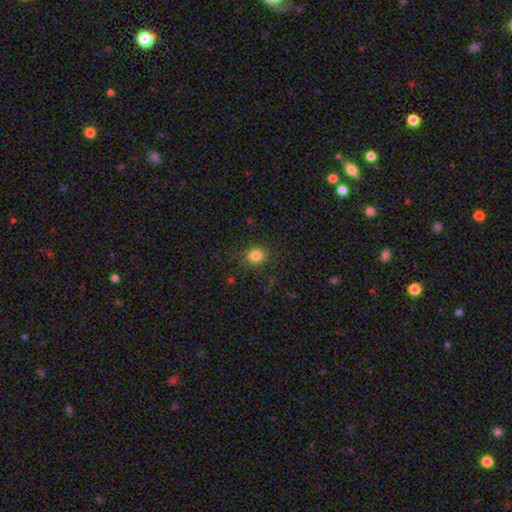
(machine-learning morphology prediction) Smooth or featured? smooth (82%)
How rounded? round (79%)
Merging? none (86%)